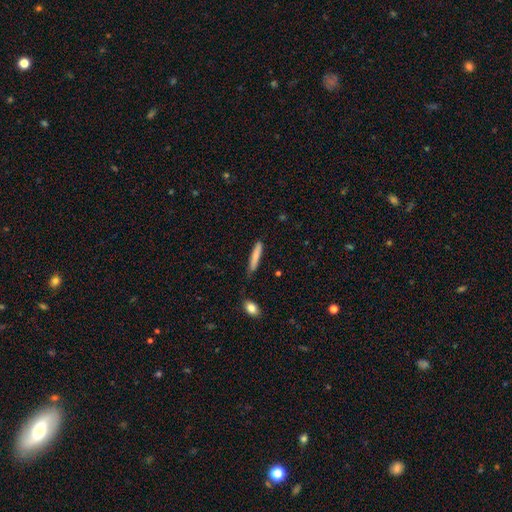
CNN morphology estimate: This appears to be a smooth galaxy with no disk features (81%) that is cigar-shaped (91%). Merging: none (76%).